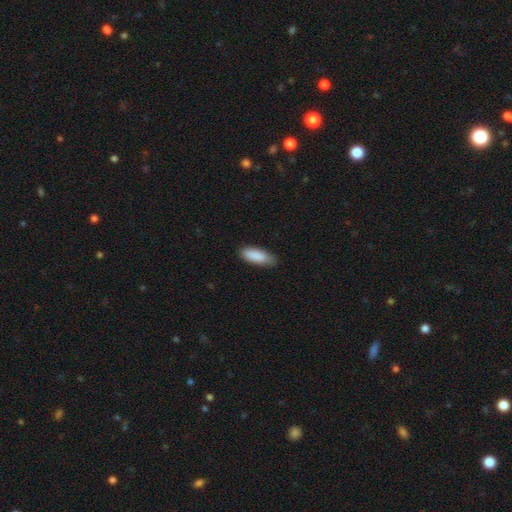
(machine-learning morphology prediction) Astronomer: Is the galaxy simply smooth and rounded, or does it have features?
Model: smooth — 89%.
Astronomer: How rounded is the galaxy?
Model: in between — 73%.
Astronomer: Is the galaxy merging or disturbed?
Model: none — 79%.